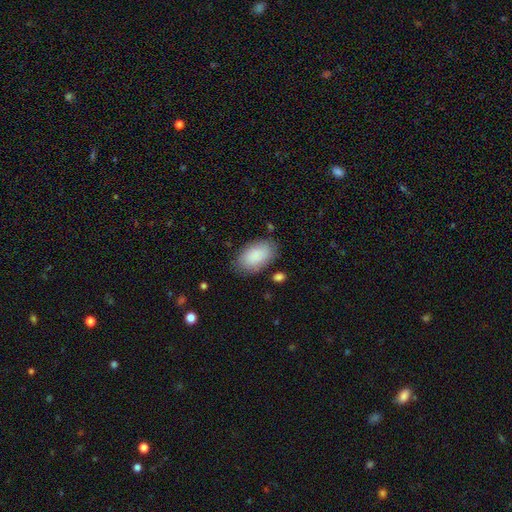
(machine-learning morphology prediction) type=smooth (88%); roundness=in between (94%); merging=none (79%).